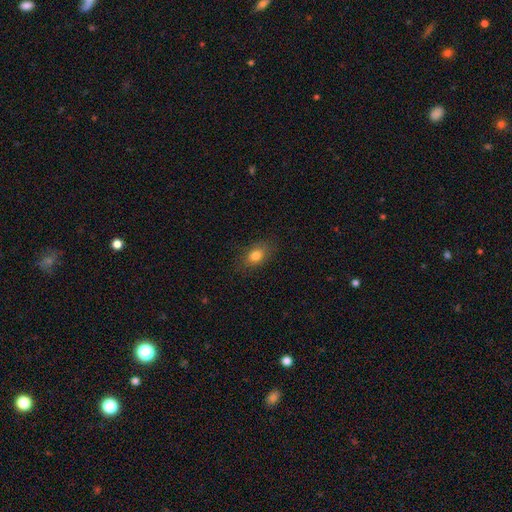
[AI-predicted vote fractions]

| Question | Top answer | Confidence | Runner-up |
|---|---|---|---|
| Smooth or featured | smooth | 81% | featured or disk (9%) |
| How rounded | in between | 81% | round (17%) |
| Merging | none | 81% | minor disturbance (14%) |